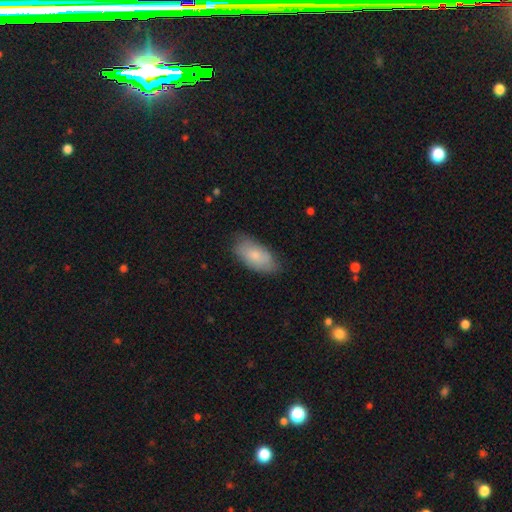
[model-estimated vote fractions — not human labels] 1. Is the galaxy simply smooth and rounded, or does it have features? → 73% smooth, 21% featured or disk, 6% star or artifact.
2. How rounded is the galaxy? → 92% in between, 5% cigar-shaped, 3% round.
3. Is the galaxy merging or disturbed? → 73% none, 21% minor disturbance, 4% major disturbance, 1% merger.